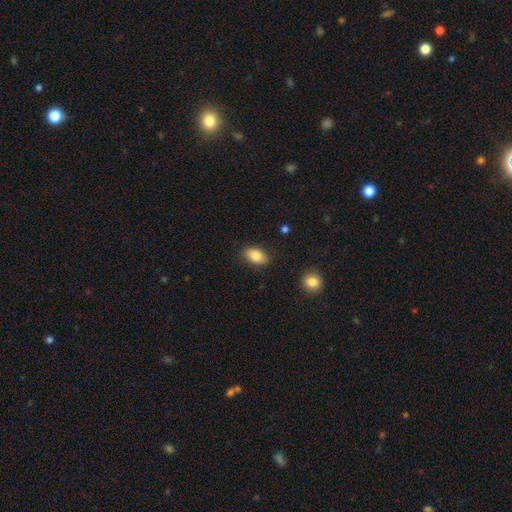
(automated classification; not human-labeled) Q: Smooth or featured?
A: smooth (83%); runner-up: featured or disk (9%)
Q: How rounded?
A: in between (88%); runner-up: round (10%)
Q: Merging?
A: none (85%); runner-up: minor disturbance (11%)